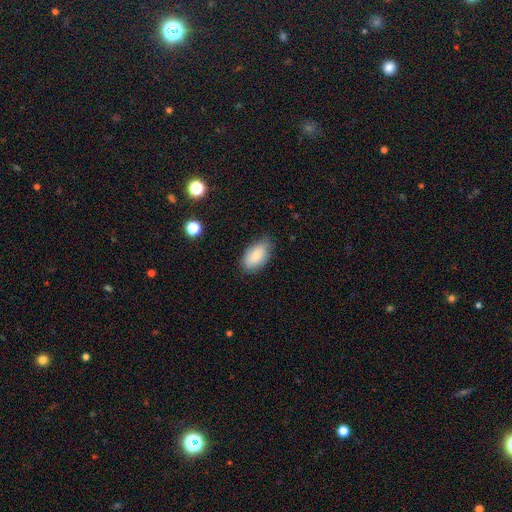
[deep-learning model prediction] Q: Smooth or featured?
A: smooth (80%); runner-up: featured or disk (13%)
Q: How rounded?
A: in between (93%); runner-up: round (5%)
Q: Merging?
A: none (75%); runner-up: minor disturbance (20%)